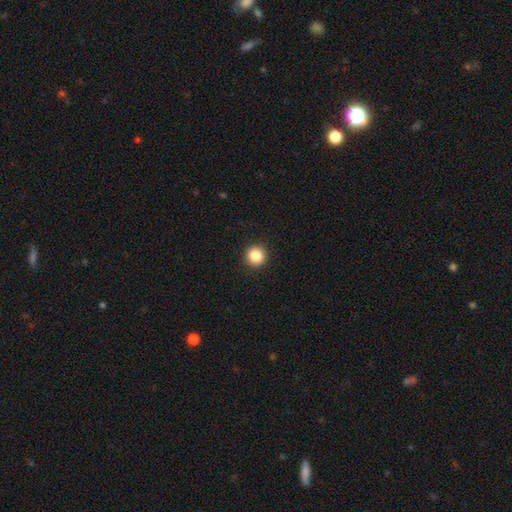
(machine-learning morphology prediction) smooth_or_featured: smooth (p=0.86) [alt: star or artifact p=0.10]
how_rounded: round (p=0.94) [alt: in between p=0.06]
merging: none (p=0.92) [alt: minor disturbance p=0.05]